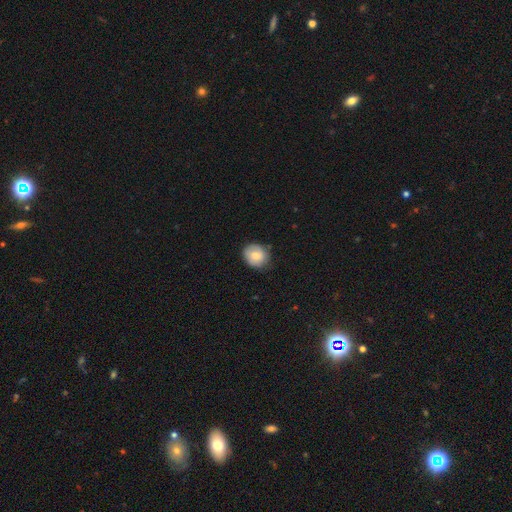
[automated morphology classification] type=smooth (74%); roundness=round (76%); merging=none (78%).